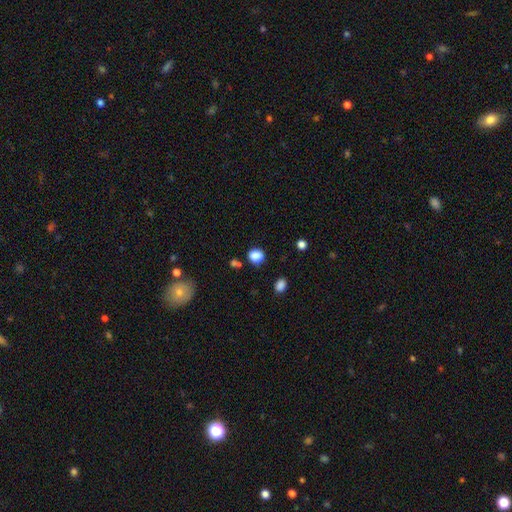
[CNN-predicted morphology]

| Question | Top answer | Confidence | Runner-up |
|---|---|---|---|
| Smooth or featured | smooth | 86% | star or artifact (10%) |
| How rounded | round | 67% | in between (32%) |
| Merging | none | 78% | minor disturbance (13%) |